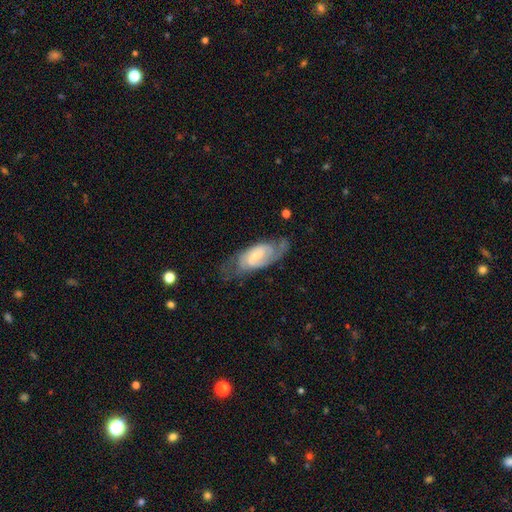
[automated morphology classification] Smooth or featured?
  - featured or disk: 75% *
  - smooth: 19%
  - star or artifact: 6%
Edge-on disk?
  - no: 92% *
  - yes: 8%
Bar?
  - no: 45% *
  - weak: 44%
  - strong: 12%
Spiral arms?
  - yes: 91% *
  - no: 9%
Spiral winding?
  - tight: 44% *
  - medium: 42%
  - loose: 14%
Spiral arm count?
  - 2: 65% *
  - can't tell: 21%
  - 1: 7%
  - 3: 5%
  - 4: 2%
  - more than 4: 2%
Bulge size?
  - small: 56% *
  - moderate: 25%
  - none: 13%
  - large: 4%
  - dominant: 1%
Merging?
  - none: 61% *
  - minor disturbance: 23%
  - major disturbance: 14%
  - merger: 2%